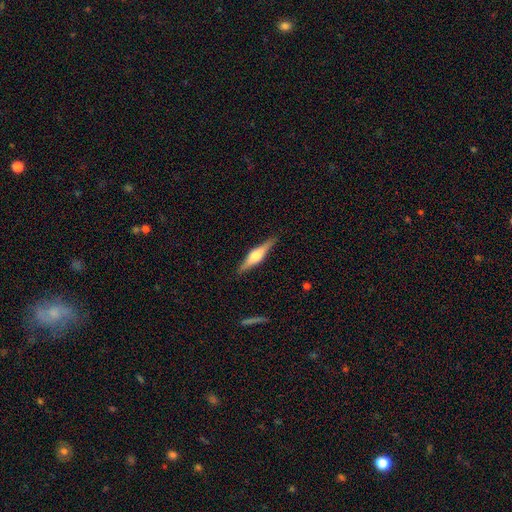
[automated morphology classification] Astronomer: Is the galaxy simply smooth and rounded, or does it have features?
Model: featured or disk — 68%.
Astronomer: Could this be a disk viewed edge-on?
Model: yes — 97%.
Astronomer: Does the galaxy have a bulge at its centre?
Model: rounded — 89%.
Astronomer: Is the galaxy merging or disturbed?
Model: none — 89%.